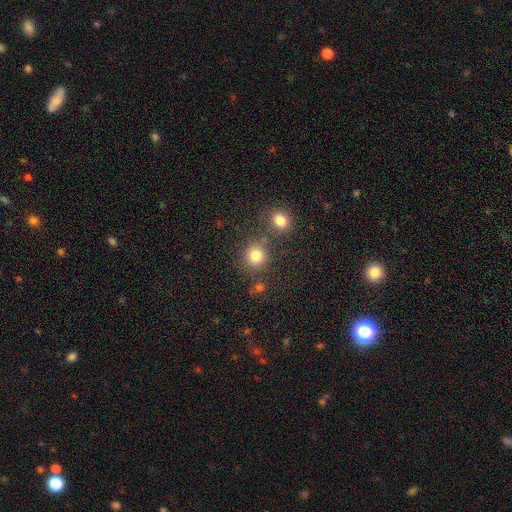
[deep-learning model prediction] A smooth galaxy with no disk features (81%) that is round (86%). Merging: none (73%).